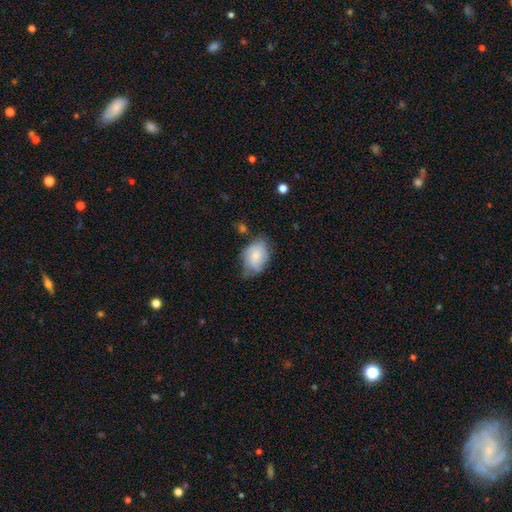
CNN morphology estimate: Smooth or featured: smooth — 72% (featured or disk — 21%)
How rounded: in between — 80% (round — 19%)
Merging: none — 50% (minor disturbance — 37%)